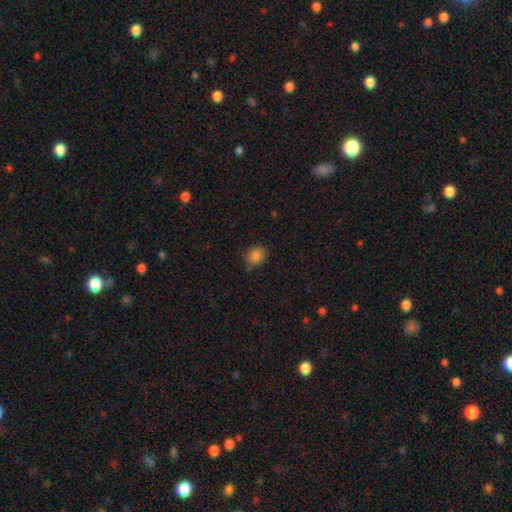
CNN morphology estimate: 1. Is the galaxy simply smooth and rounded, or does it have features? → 84% smooth, 11% star or artifact, 5% featured or disk.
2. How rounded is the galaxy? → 70% round, 29% in between, 1% cigar-shaped.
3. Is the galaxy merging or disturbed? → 76% none, 17% minor disturbance, 4% merger, 3% major disturbance.